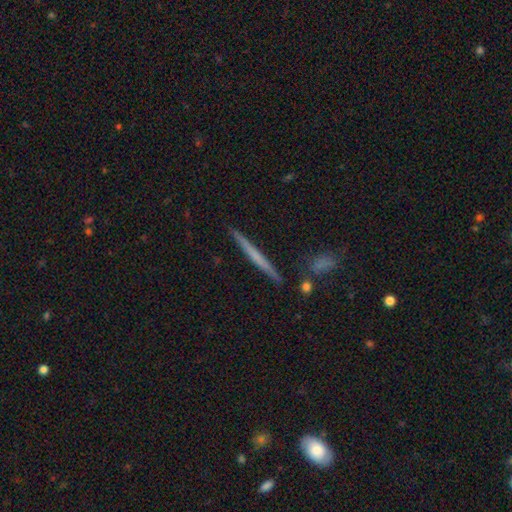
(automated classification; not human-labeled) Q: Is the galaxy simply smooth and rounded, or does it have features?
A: featured or disk — 50%.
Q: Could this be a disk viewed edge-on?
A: yes — 97%.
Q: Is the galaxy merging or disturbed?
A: none — 89%.